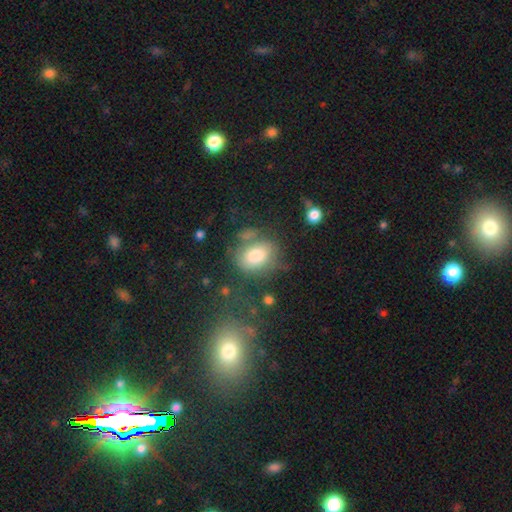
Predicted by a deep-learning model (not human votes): smooth-or-featured: smooth: 77% | featured or disk: 13% | star or artifact: 10%
  how-rounded: in between: 63% | round: 35% | cigar-shaped: 1%
  merging: none: 56% | minor disturbance: 21% | merger: 12% | major disturbance: 11%